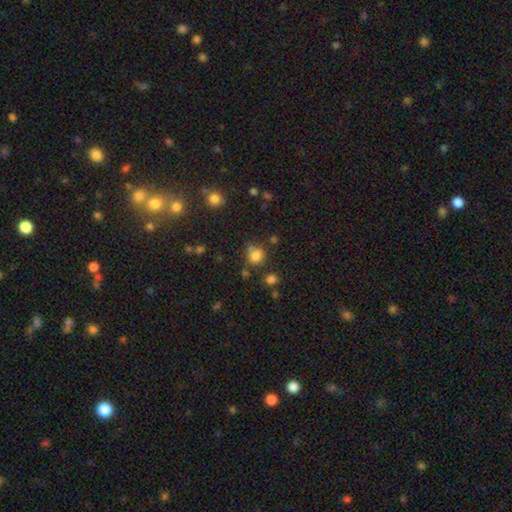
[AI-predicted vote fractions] Smooth or featured? Predicted: smooth (p=0.78). How rounded? Predicted: round (p=0.68). Merging? Predicted: none (p=0.54).